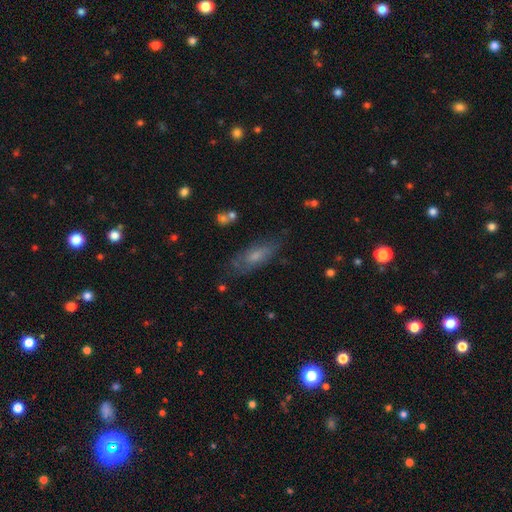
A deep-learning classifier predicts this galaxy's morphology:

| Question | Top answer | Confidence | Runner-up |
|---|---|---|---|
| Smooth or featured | smooth | 54% | featured or disk (36%) |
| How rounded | in between | 65% | cigar-shaped (32%) |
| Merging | none | 66% | minor disturbance (22%) |